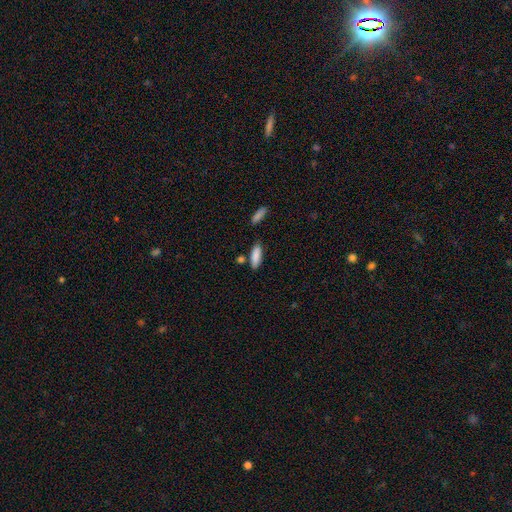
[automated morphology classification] A smooth galaxy with no disk features (88%) that is in between round and cigar-shaped (52%). Merging: none (78%).